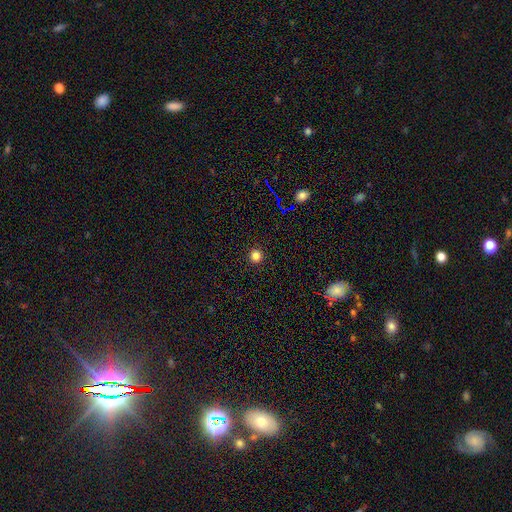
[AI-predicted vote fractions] Smooth or featured: smooth — 82% (star or artifact — 14%)
How rounded: round — 95% (in between — 4%)
Merging: none — 93% (minor disturbance — 4%)